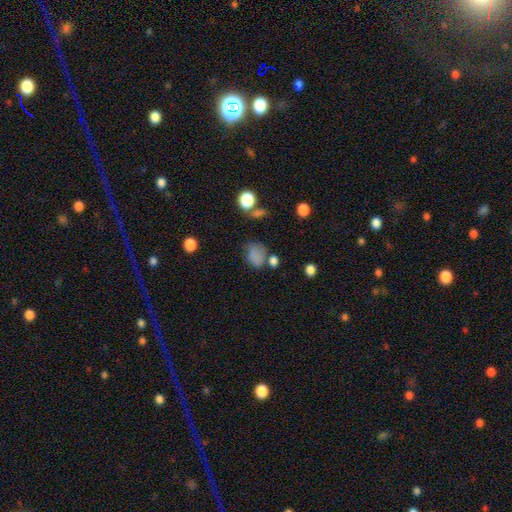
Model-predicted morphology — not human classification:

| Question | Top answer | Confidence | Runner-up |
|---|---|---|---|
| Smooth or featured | smooth | 76% | star or artifact (14%) |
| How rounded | round | 50% | in between (49%) |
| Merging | none | 48% | minor disturbance (25%) |